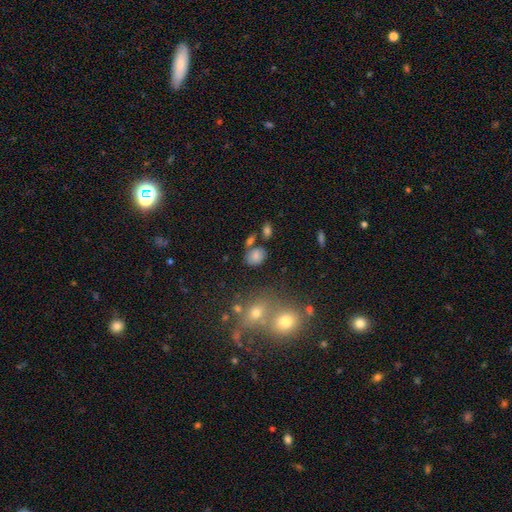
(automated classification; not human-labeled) smooth-or-featured: smooth: 76% | star or artifact: 13% | featured or disk: 12%
  how-rounded: in between: 52% | round: 47% | cigar-shaped: 1%
  merging: none: 65% | minor disturbance: 16% | merger: 13% | major disturbance: 6%